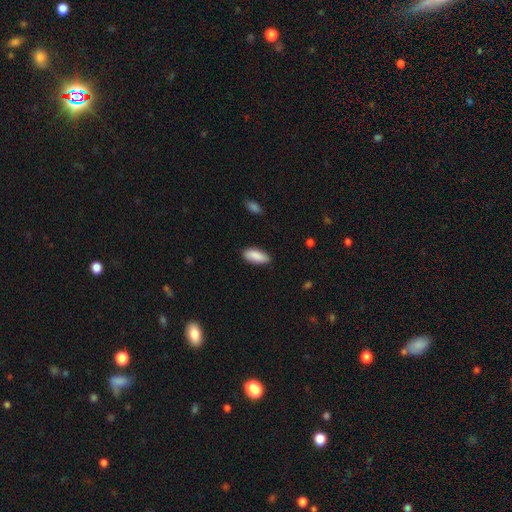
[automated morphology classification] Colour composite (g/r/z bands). It shows a smooth galaxy with no disk features (89%) that is in between round and cigar-shaped (83%). Merging: none (85%).